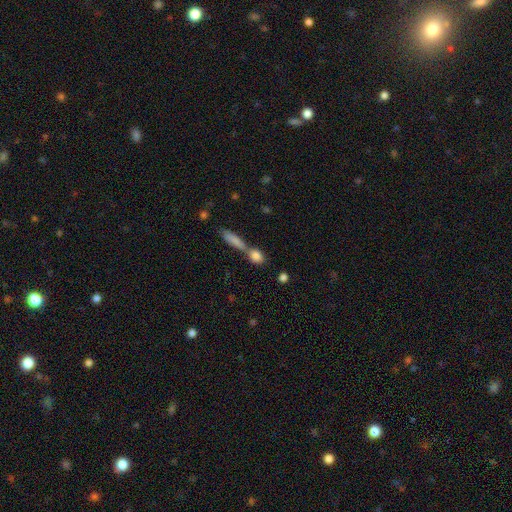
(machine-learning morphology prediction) This is clearly a smooth galaxy (81%). How rounded: marginally round (41%). Merging: possibly merger (45%).